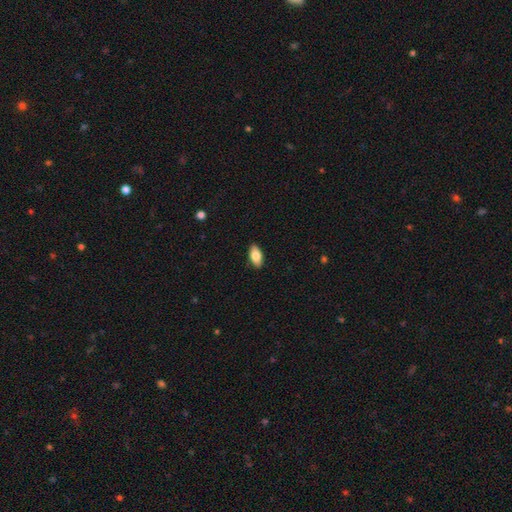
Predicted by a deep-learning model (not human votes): Morphology: type=smooth (81%); roundness=in between (90%); merging=none (89%).